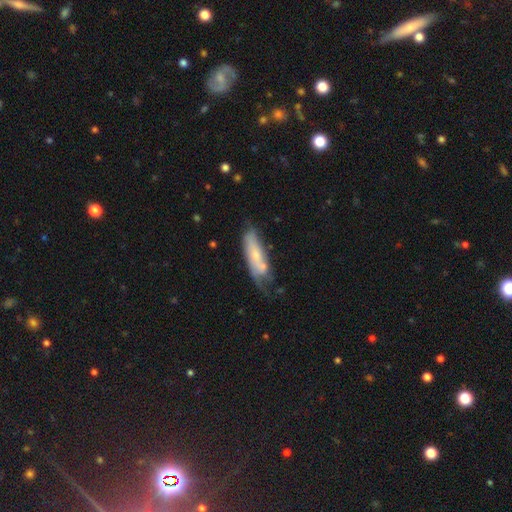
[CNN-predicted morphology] smooth_or_featured: smooth (p=0.48) [alt: featured or disk p=0.45]
merging: none (p=0.42) [alt: minor disturbance p=0.30]